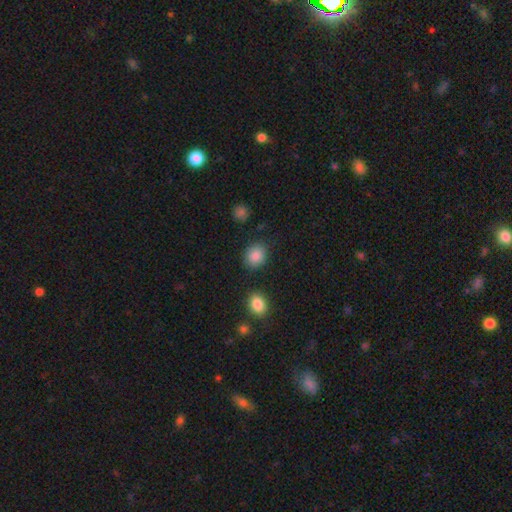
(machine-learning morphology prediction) The model was most divided on "how rounded": round: 61%, in between: 38%, cigar-shaped: 1%. More confident: smooth or featured — smooth (88%); merging — none (83%).